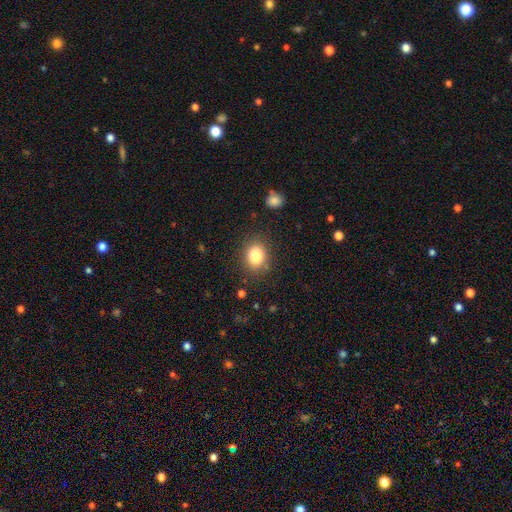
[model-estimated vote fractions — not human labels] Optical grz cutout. It shows a smooth galaxy with no disk features (83%) that is round (55%). Merging: none (83%).